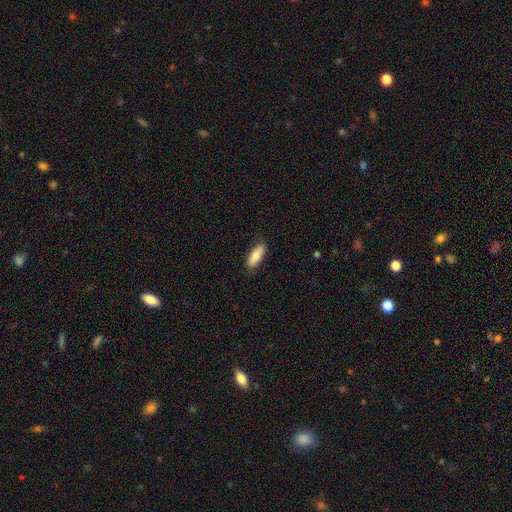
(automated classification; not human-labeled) Smooth or featured: smooth — 81% (featured or disk — 13%)
How rounded: in between — 62% (cigar-shaped — 36%)
Merging: none — 86% (minor disturbance — 11%)